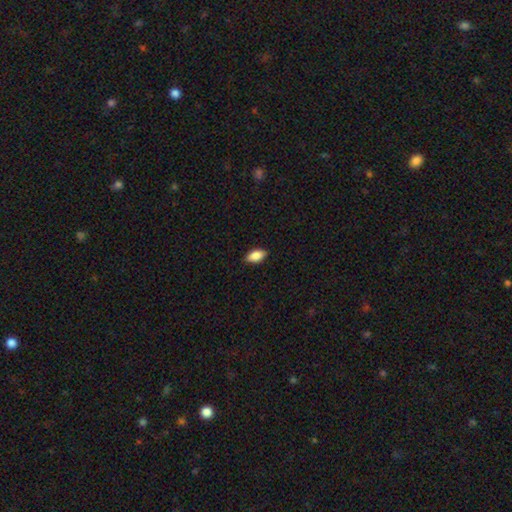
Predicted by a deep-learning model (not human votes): Overall: smooth (85%). How rounded: in between (90%). Merging: none (87%).